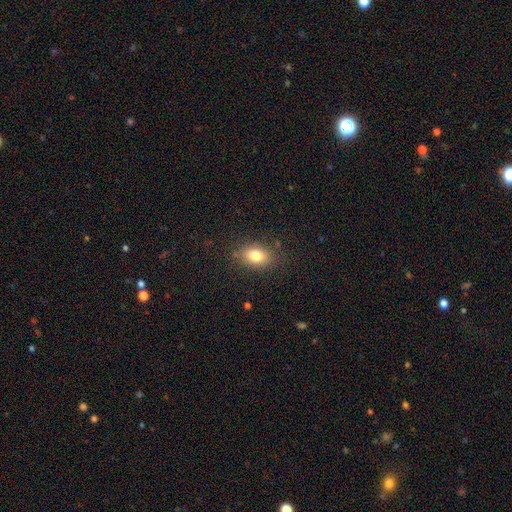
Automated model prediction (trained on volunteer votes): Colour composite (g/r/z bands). It shows a smooth galaxy with no disk features (79%) that is in between round and cigar-shaped (78%). Merging: none (82%).